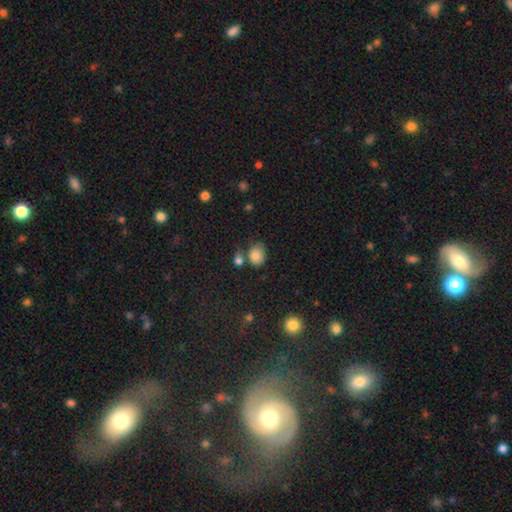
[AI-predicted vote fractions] Smooth or featured? Predicted: smooth (p=0.83). How rounded? Predicted: in between (p=0.50). Merging? Predicted: none (p=0.54).